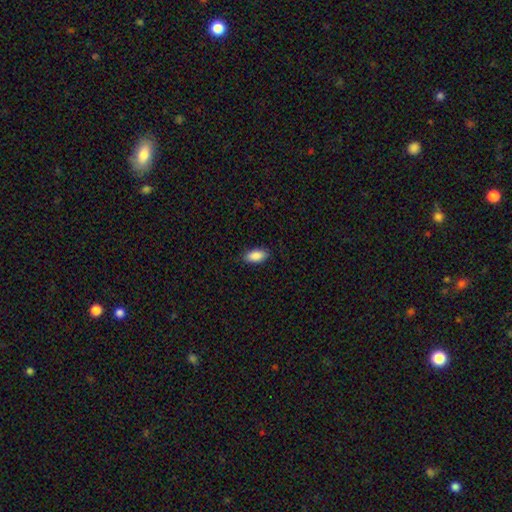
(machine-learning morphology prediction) Smooth or featured: smooth — 89% (star or artifact — 6%)
How rounded: in between — 91% (cigar-shaped — 6%)
Merging: none — 86% (minor disturbance — 10%)